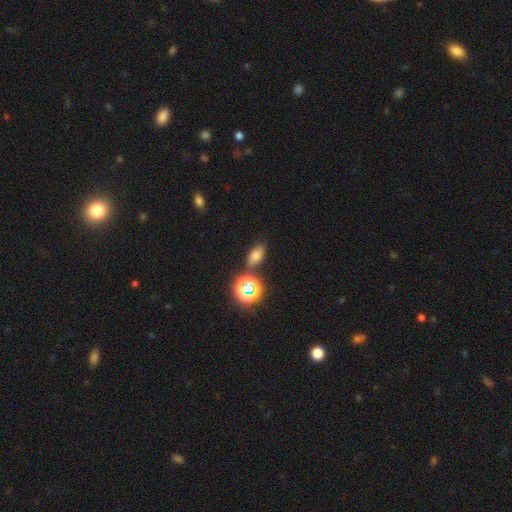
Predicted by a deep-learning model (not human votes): Smooth or featured: smooth — 67% (star or artifact — 24%)
How rounded: in between — 83% (round — 14%)
Merging: none — 80% (minor disturbance — 11%)